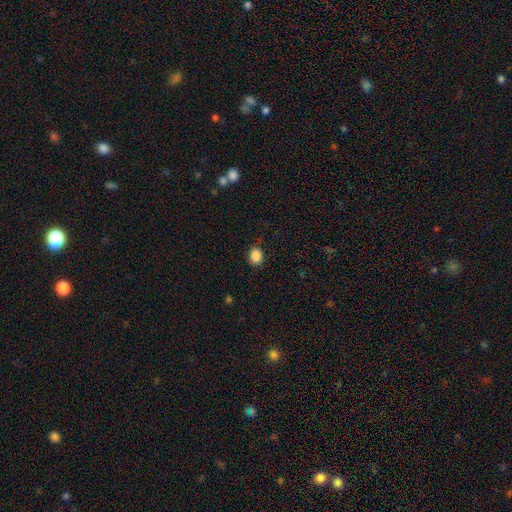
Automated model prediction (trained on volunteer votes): Smooth or featured? smooth (87%)
How rounded? round (54%)
Merging? none (85%)